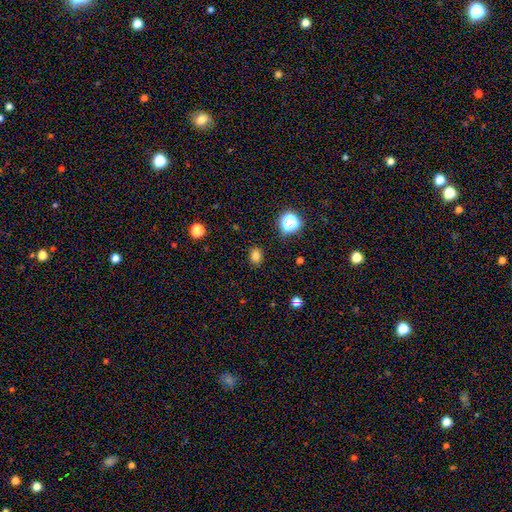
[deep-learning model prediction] This appears to be a smooth galaxy with no disk features (79%) that is round (54%). Merging: none (87%).